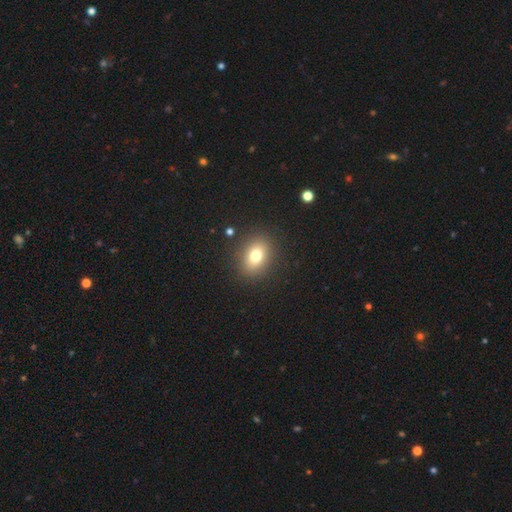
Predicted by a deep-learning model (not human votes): A smooth galaxy with no disk features (75%) that is in between round and cigar-shaped (58%).

Vote fractions:
- Smooth or featured? smooth: 75% / featured or disk: 13% / star or artifact: 13%
- How rounded? in between: 58% / round: 40% / cigar-shaped: 1%
- Merging? none: 88% / minor disturbance: 8% / major disturbance: 3% / merger: 1%